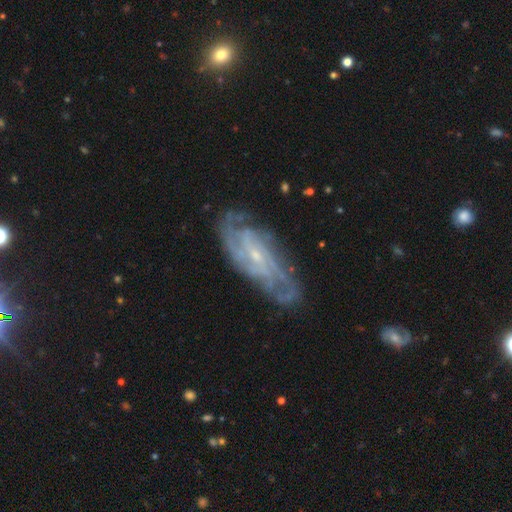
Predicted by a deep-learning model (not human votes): Smooth or featured: featured or disk — 85% (smooth — 9%)
Edge-on disk: no — 91% (yes — 9%)
Bar: no — 50% (weak — 39%)
Spiral arms: yes — 95% (no — 5%)
Spiral winding: tight — 57% (medium — 34%)
Spiral arm count: can't tell — 37% (2 — 21%)
Bulge size: small — 78% (moderate — 16%)
Merging: none — 73% (minor disturbance — 18%)